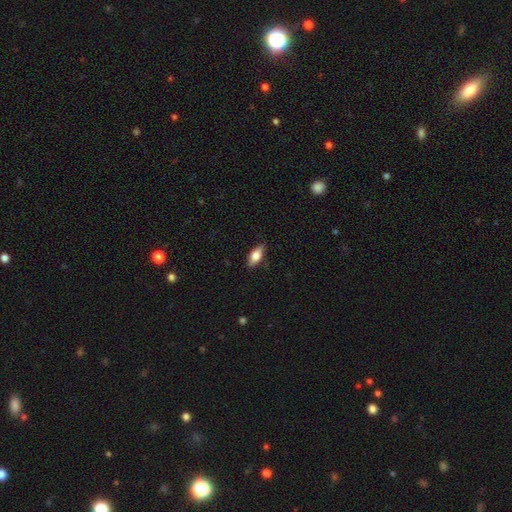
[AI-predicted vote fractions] smooth-or-featured: smooth: 70% | featured or disk: 23% | star or artifact: 7%
  how-rounded: in between: 83% | cigar-shaped: 14% | round: 4%
  merging: none: 86% | minor disturbance: 11% | major disturbance: 2% | merger: 1%